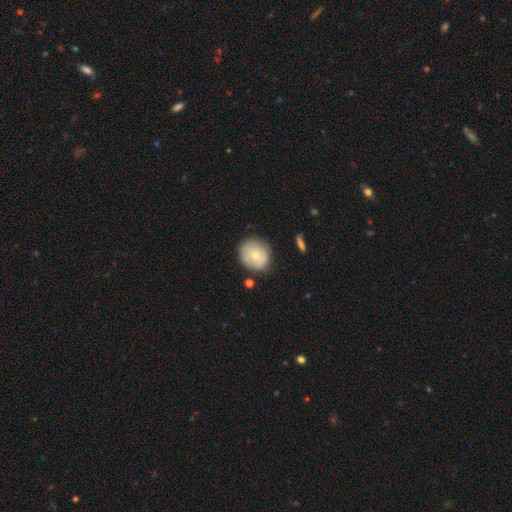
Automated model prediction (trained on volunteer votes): Q: Smooth or featured?
A: smooth (53%); runner-up: featured or disk (40%)
Q: How rounded?
A: round (79%); runner-up: in between (20%)
Q: Merging?
A: none (71%); runner-up: minor disturbance (20%)